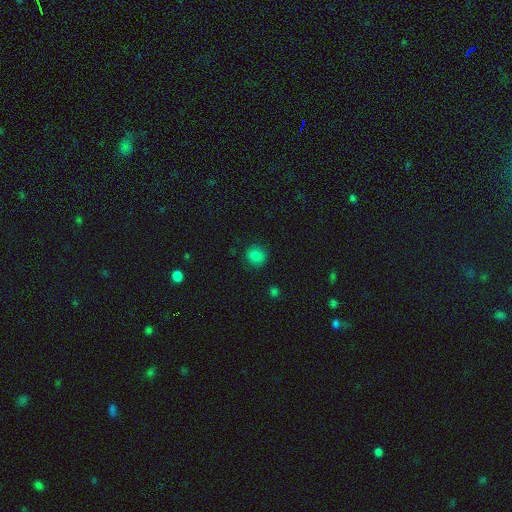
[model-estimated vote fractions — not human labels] smooth_or_featured: smooth (p=0.83) [alt: star or artifact p=0.13]
how_rounded: round (p=0.89) [alt: in between p=0.10]
merging: none (p=0.88) [alt: minor disturbance p=0.08]